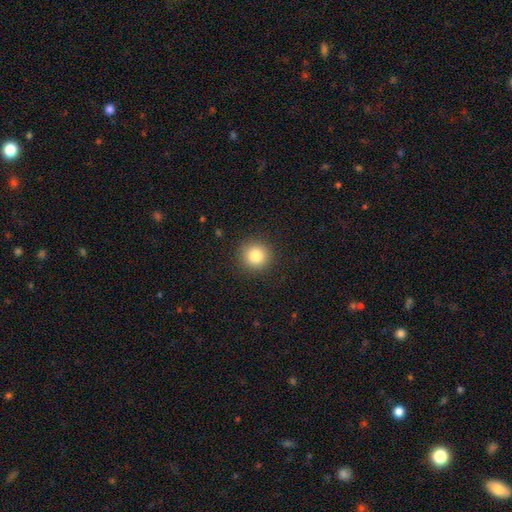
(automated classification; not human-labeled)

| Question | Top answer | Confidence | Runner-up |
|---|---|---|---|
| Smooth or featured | smooth | 82% | star or artifact (11%) |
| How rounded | round | 93% | in between (6%) |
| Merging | none | 91% | minor disturbance (6%) |